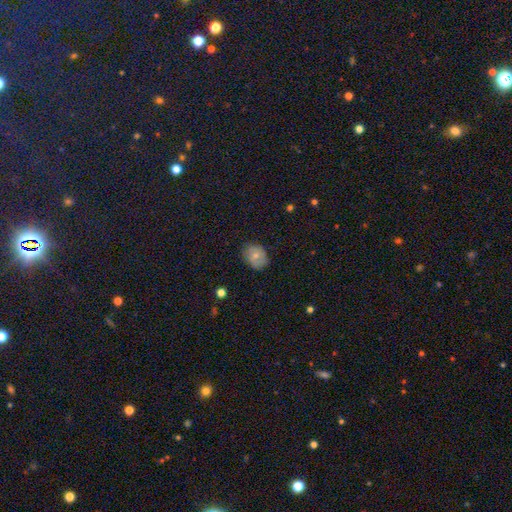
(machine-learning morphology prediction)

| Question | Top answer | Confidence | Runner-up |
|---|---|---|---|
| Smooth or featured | smooth | 67% | featured or disk (24%) |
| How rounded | in between | 58% | round (41%) |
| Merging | none | 73% | minor disturbance (21%) |